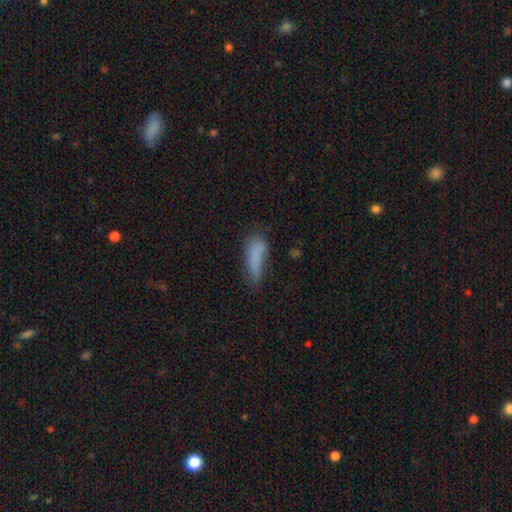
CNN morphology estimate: smooth 77%, featured or disk 13%, star or artifact 10%. Down the decision tree: how rounded — in between (56%); merging — none (42%).